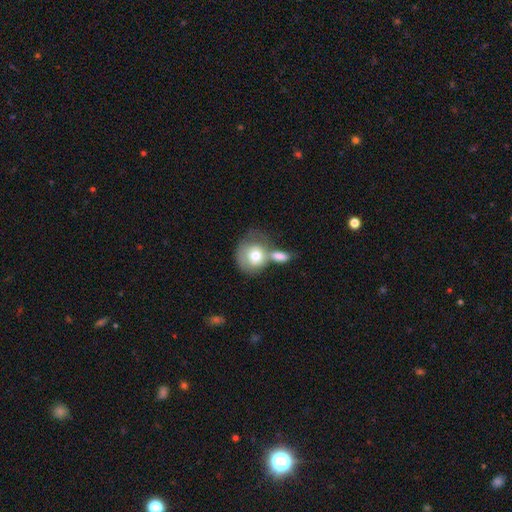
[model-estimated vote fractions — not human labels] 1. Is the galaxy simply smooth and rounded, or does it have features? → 71% smooth, 22% featured or disk, 7% star or artifact.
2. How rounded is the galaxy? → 74% round, 25% in between, 1% cigar-shaped.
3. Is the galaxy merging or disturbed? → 49% merger, 29% none, 13% minor disturbance, 9% major disturbance.